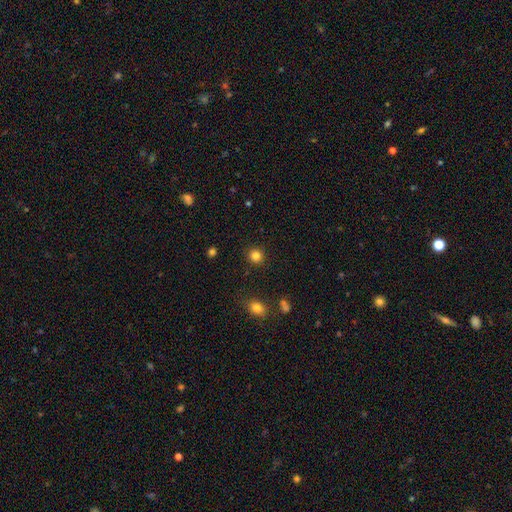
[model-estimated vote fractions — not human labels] A smooth galaxy with no disk features (83%) that is round (92%). Merging: none (90%).